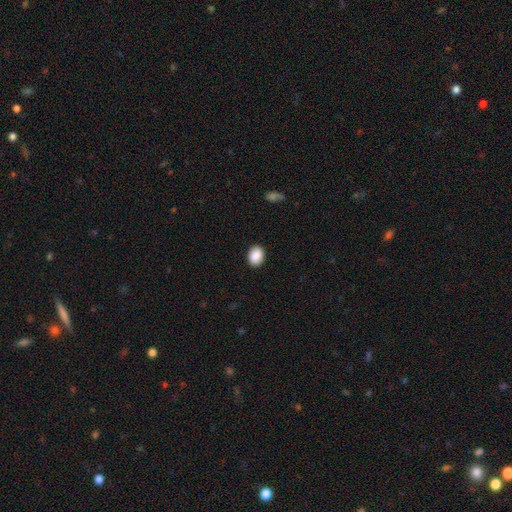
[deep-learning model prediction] Q: Smooth or featured?
A: smooth (89%); runner-up: star or artifact (7%)
Q: How rounded?
A: in between (68%); runner-up: round (31%)
Q: Merging?
A: none (90%); runner-up: minor disturbance (7%)